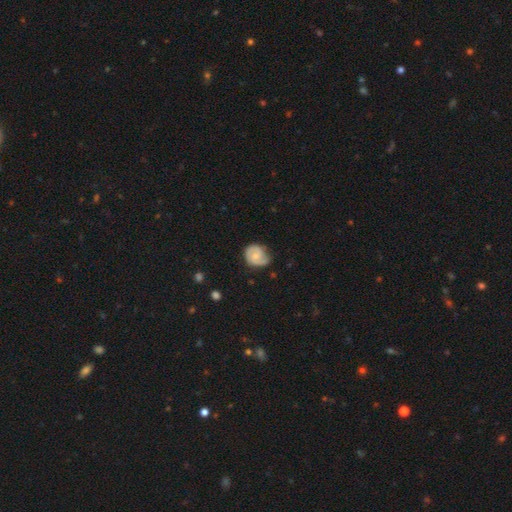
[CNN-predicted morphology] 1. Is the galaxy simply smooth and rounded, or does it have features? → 65% featured or disk, 29% smooth, 6% star or artifact.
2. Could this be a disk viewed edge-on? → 98% no, 2% yes.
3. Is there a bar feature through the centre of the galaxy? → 60% no, 35% weak, 5% strong.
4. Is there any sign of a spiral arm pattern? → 91% yes, 9% no.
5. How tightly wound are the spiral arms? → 47% tight, 39% medium, 13% loose.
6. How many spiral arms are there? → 72% 2, 12% 1, 11% can't tell, 3% 3, 1% 4, 1% more than 4.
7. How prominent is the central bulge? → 52% small, 34% moderate, 11% none, 2% large, 1% dominant.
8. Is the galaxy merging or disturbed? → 63% none, 28% minor disturbance, 8% major disturbance, 2% merger.